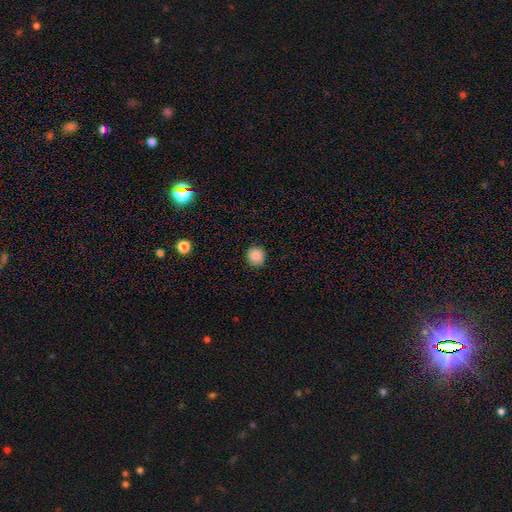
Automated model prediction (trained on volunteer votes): Q: Smooth or featured?
A: smooth (86%); runner-up: star or artifact (9%)
Q: How rounded?
A: round (90%); runner-up: in between (9%)
Q: Merging?
A: none (89%); runner-up: minor disturbance (8%)